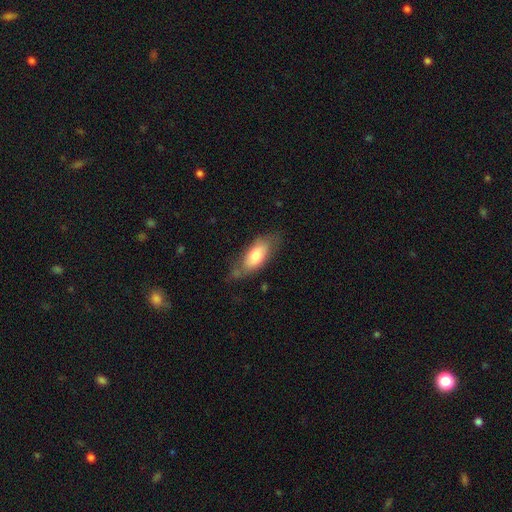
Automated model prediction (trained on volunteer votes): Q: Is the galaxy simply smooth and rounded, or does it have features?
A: smooth — 70%.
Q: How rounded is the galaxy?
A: in between — 82%.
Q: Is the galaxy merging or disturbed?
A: none — 60%.